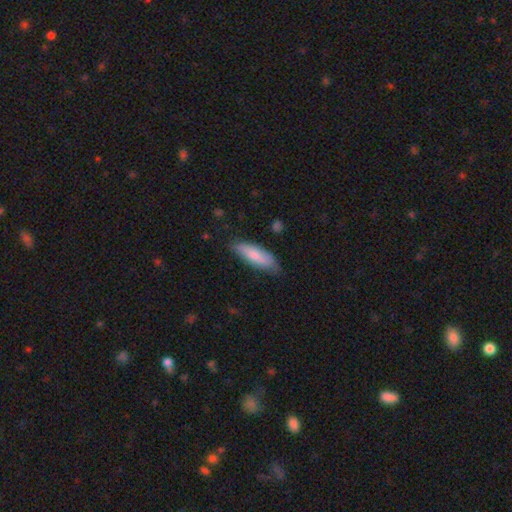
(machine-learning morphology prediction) Q: Smooth or featured?
A: smooth (78%); runner-up: featured or disk (17%)
Q: How rounded?
A: in between (55%); runner-up: cigar-shaped (44%)
Q: Merging?
A: none (72%); runner-up: minor disturbance (22%)